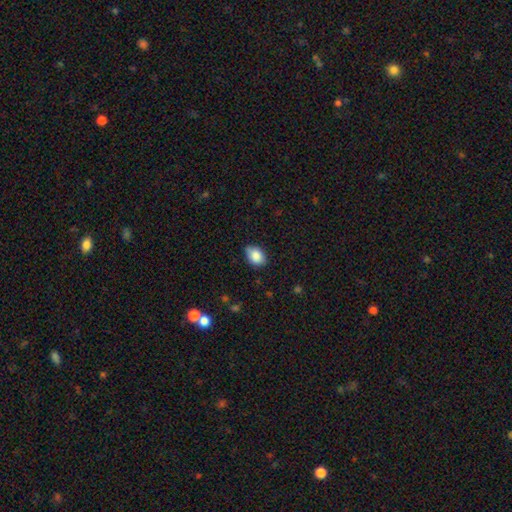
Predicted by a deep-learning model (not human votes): The model was most divided on "merging": none: 75%, minor disturbance: 20%, major disturbance: 3%, merger: 1%. More confident: smooth or featured — smooth (86%); how rounded — in between (77%).